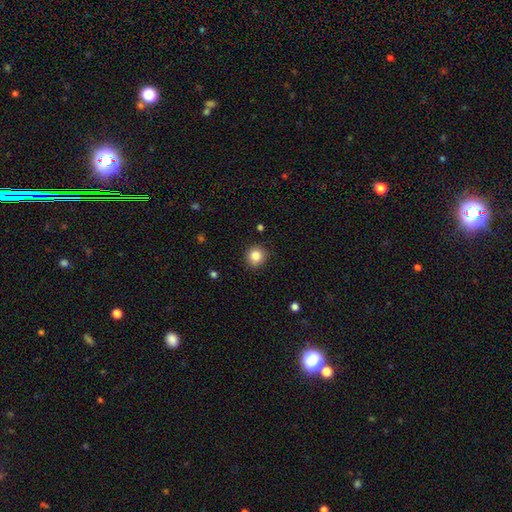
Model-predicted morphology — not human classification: Q: Smooth or featured?
A: smooth (84%); runner-up: star or artifact (10%)
Q: How rounded?
A: round (91%); runner-up: in between (8%)
Q: Merging?
A: none (90%); runner-up: minor disturbance (7%)